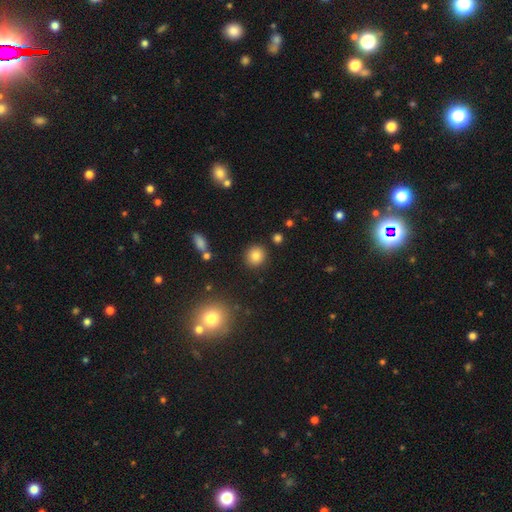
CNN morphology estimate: Overall: smooth (82%). How rounded: round (87%). Merging: none (88%).